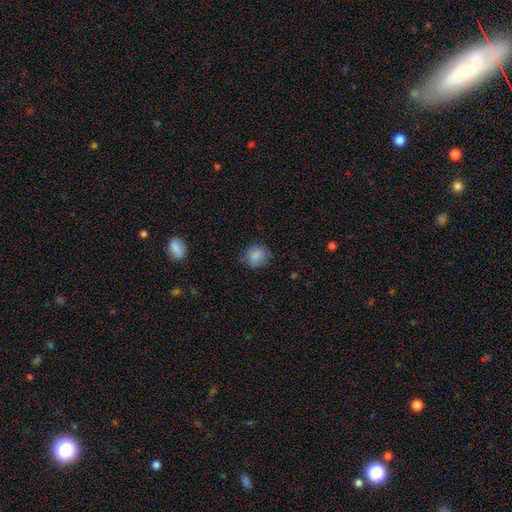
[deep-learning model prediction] The model was most divided on "merging": none: 74%, minor disturbance: 20%, major disturbance: 5%, merger: 1%. More confident: smooth or featured — smooth (83%); how rounded — round (76%).